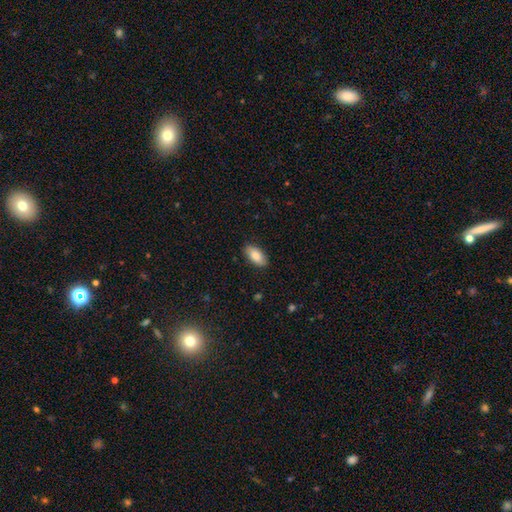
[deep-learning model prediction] Smooth or featured? Predicted: smooth (p=0.85). How rounded? Predicted: in between (p=0.92). Merging? Predicted: none (p=0.88).